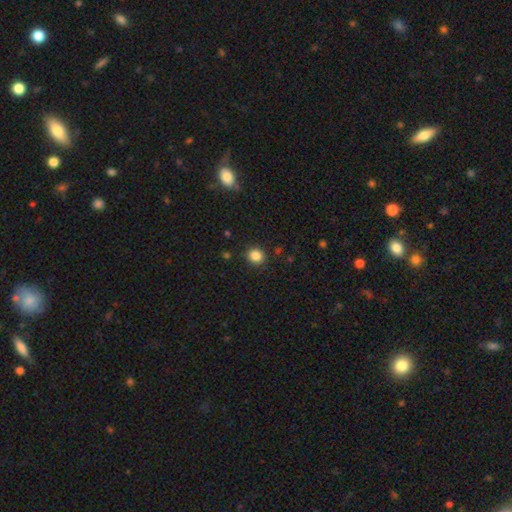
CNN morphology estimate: A smooth galaxy with no disk features (85%) that is round (81%). Merging: none (89%).